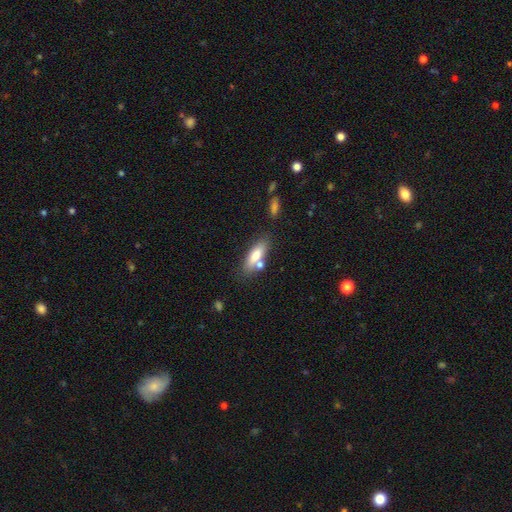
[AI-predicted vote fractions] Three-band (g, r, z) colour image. It shows a smooth galaxy with no disk features (73%) that is in between round and cigar-shaped (61%). Merging: none (64%).